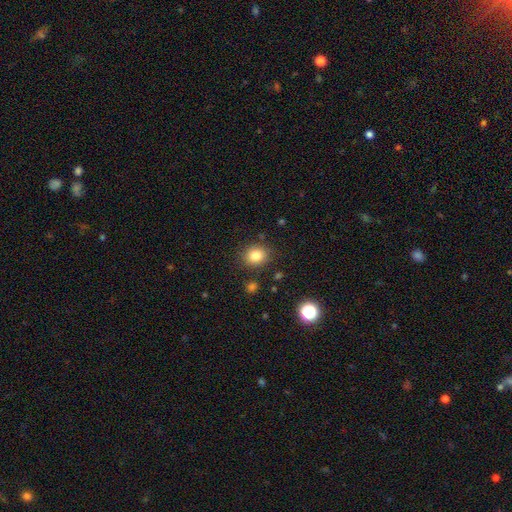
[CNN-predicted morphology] Smooth or featured?
  - smooth: 82% *
  - star or artifact: 11%
  - featured or disk: 7%
How rounded?
  - round: 66% *
  - in between: 34%
  - cigar-shaped: 1%
Merging?
  - none: 84% *
  - minor disturbance: 10%
  - major disturbance: 3%
  - merger: 3%